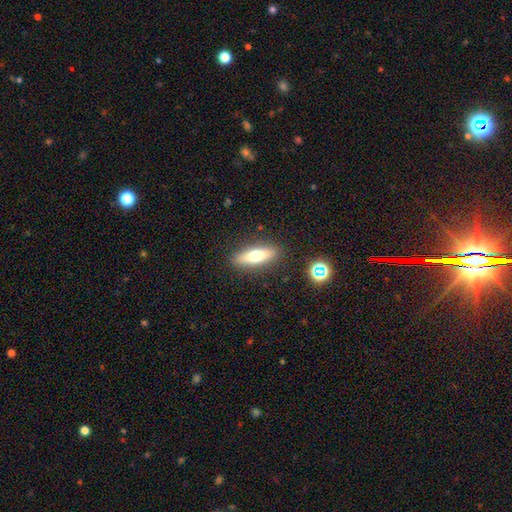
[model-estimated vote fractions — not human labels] Q: Smooth or featured?
A: smooth (57%); runner-up: featured or disk (35%)
Q: How rounded?
A: cigar-shaped (55%); runner-up: in between (42%)
Q: Merging?
A: none (88%); runner-up: minor disturbance (8%)